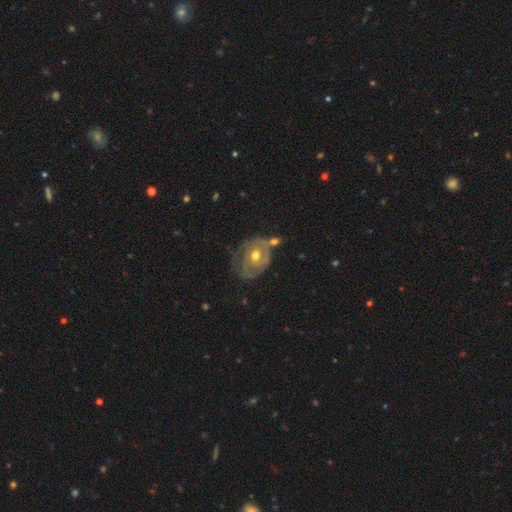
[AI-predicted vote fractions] Smooth or featured? featured or disk (70%)
Edge-on disk? no (96%)
Bar? no (74%)
Spiral arms? yes (61%)
Bulge size? moderate (75%)
Merging? none (36%)